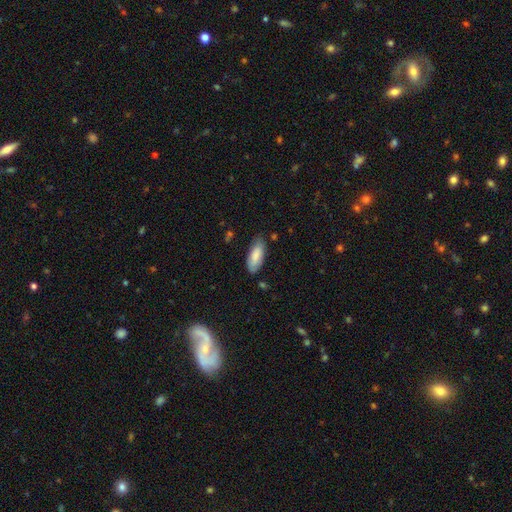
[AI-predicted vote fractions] The model was most divided on "merging": none: 73%, minor disturbance: 22%, major disturbance: 4%, merger: 2%. More confident: smooth or featured — smooth (82%); how rounded — in between (81%).